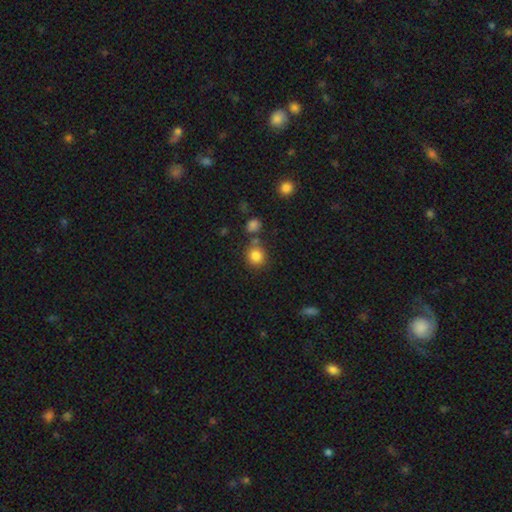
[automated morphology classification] Overall: smooth (84%). How rounded: round (87%). Merging: none (73%).